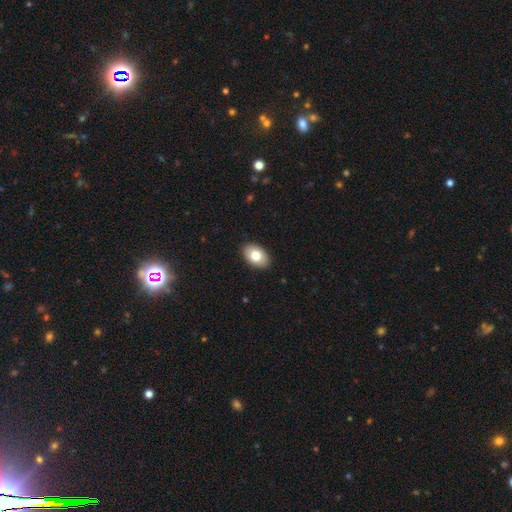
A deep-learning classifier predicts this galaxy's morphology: Smooth or featured: smooth — 78% (featured or disk — 15%)
How rounded: in between — 89% (round — 9%)
Merging: none — 90% (minor disturbance — 8%)